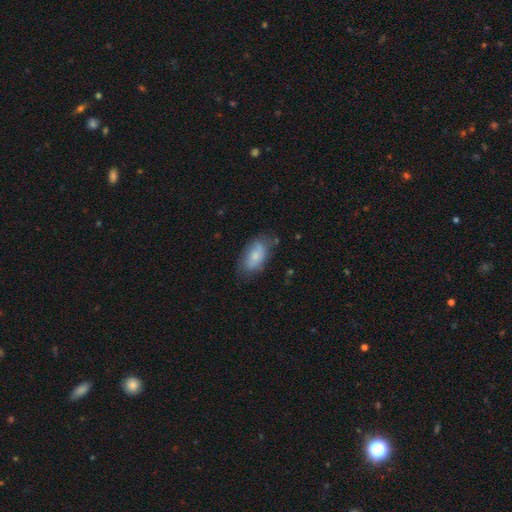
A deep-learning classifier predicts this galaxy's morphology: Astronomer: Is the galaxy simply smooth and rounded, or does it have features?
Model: smooth — 72%.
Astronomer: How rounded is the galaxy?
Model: in between — 92%.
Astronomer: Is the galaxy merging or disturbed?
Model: none — 65%.